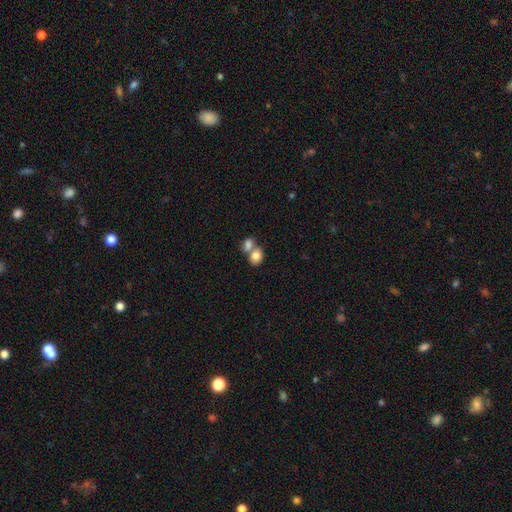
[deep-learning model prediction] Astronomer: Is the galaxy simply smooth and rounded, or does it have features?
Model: smooth — 82%.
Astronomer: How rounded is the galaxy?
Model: in between — 56% (runner-up: round, 43%).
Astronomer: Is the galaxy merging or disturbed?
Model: merger — 61%.